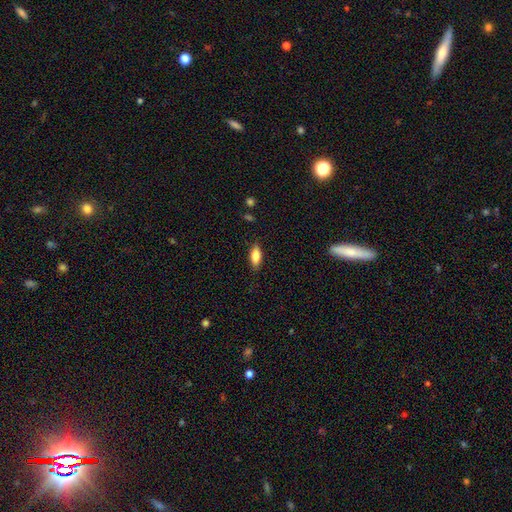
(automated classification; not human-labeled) smooth 80%, featured or disk 13%, star or artifact 7%. Down the decision tree: how rounded — in between (79%); merging — none (86%).